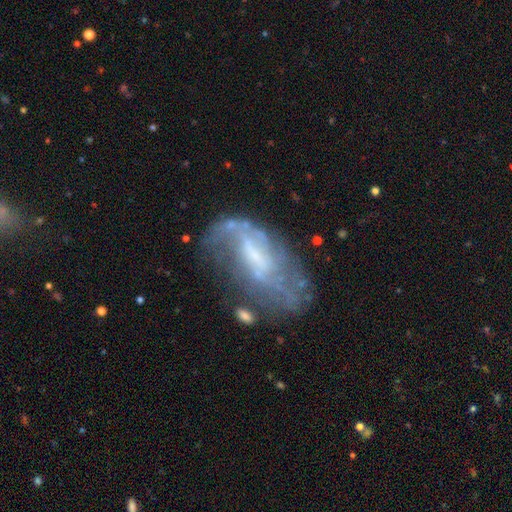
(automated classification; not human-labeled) Smooth or featured: featured or disk — 68% (smooth — 22%)
Edge-on disk: no — 93% (yes — 7%)
Bar: weak — 41% (no — 40%)
Spiral arms: yes — 58% (no — 42%)
Bulge size: small — 40% (none — 30%)
Merging: none — 40% (major disturbance — 29%)